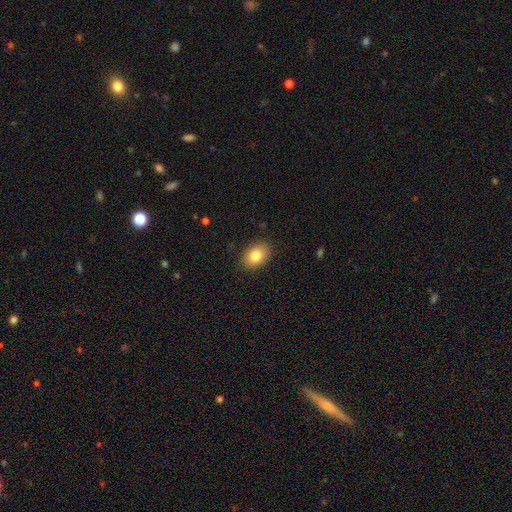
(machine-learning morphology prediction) Smooth or featured? smooth (82%)
How rounded? in between (78%)
Merging? none (87%)